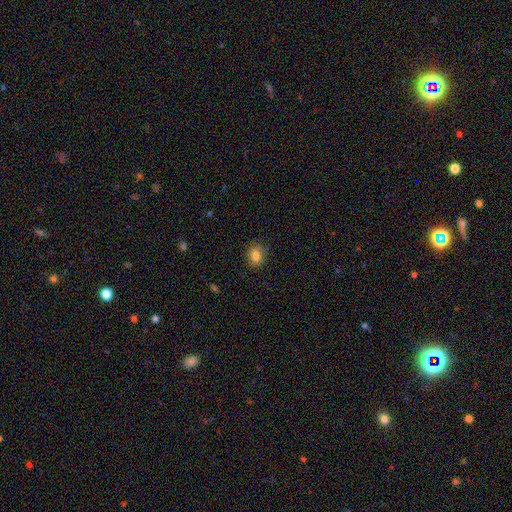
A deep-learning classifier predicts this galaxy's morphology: smooth-or-featured: smooth: 82% | star or artifact: 11% | featured or disk: 7%
  how-rounded: round: 58% | in between: 41% | cigar-shaped: 1%
  merging: none: 83% | minor disturbance: 13% | major disturbance: 3% | merger: 1%